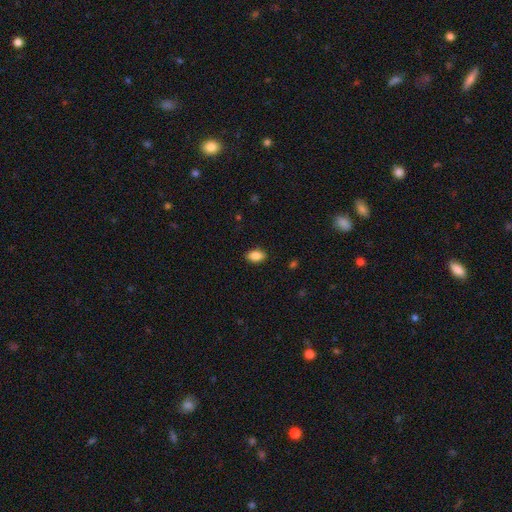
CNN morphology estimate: A smooth galaxy with no disk features (88%) that is in between round and cigar-shaped (90%). Merging: none (89%).